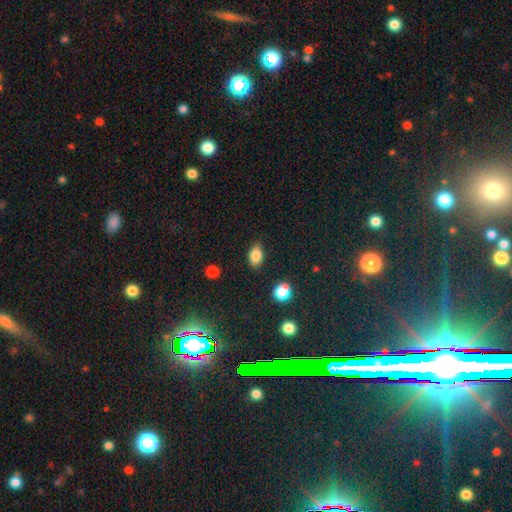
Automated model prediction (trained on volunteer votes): A smooth galaxy with no disk features (85%) that is in between round and cigar-shaped (86%).

Vote fractions:
- Smooth or featured? smooth: 85% / star or artifact: 9% / featured or disk: 6%
- How rounded? in between: 86% / round: 12% / cigar-shaped: 2%
- Merging? none: 84% / minor disturbance: 12% / major disturbance: 3% / merger: 2%